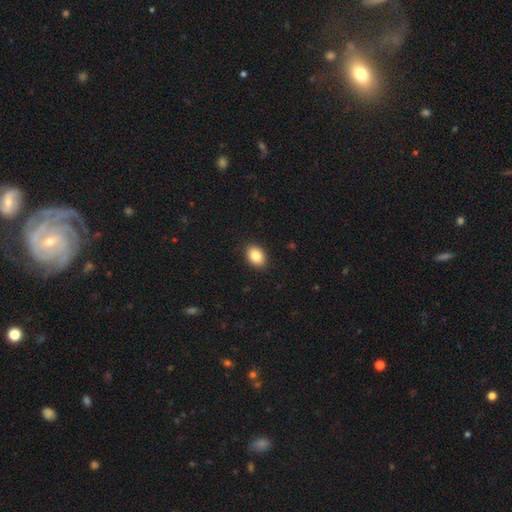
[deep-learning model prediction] Q: Smooth or featured?
A: smooth (85%); runner-up: star or artifact (8%)
Q: How rounded?
A: in between (77%); runner-up: round (22%)
Q: Merging?
A: none (90%); runner-up: minor disturbance (7%)